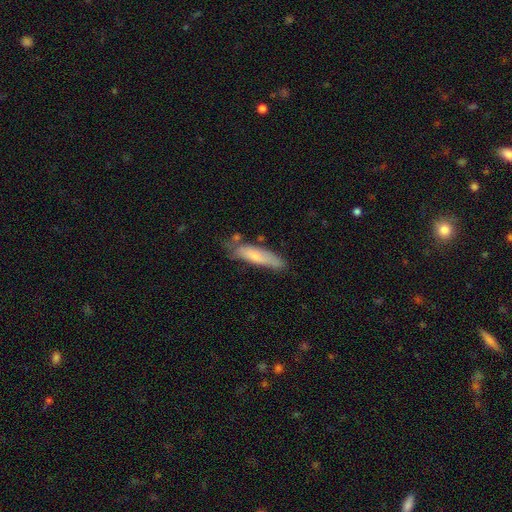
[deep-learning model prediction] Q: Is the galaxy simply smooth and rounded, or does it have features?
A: smooth — 66%.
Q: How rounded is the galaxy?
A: cigar-shaped — 73%.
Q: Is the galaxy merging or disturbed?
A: none — 59%.